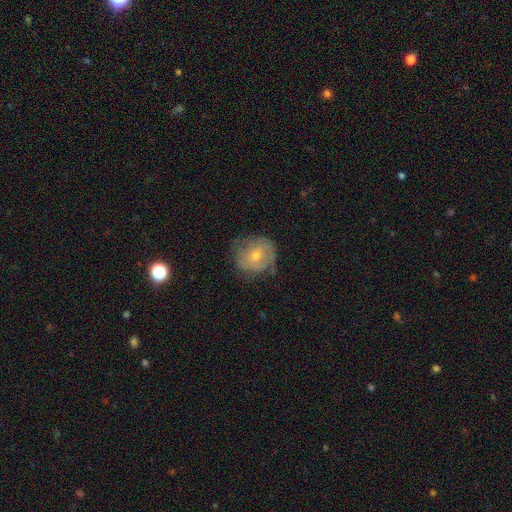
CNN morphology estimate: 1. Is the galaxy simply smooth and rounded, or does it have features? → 46% featured or disk, 45% smooth, 10% star or artifact.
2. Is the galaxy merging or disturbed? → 64% none, 25% minor disturbance, 10% major disturbance, 1% merger.